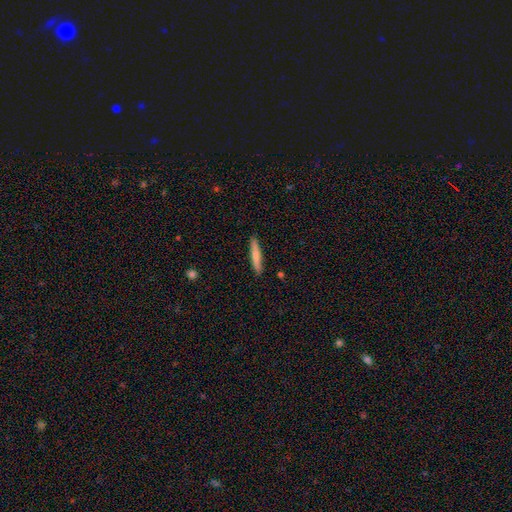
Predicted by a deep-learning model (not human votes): smooth_or_featured: smooth (p=0.70) [alt: featured or disk p=0.25]
how_rounded: cigar-shaped (p=0.90) [alt: in between p=0.08]
merging: none (p=0.89) [alt: minor disturbance p=0.08]